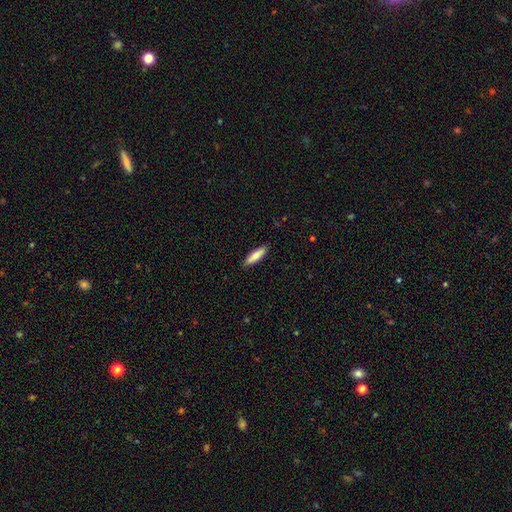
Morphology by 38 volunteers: Overall: smooth (82%). How rounded: cigar-shaped (71%). Merging: none (92%).